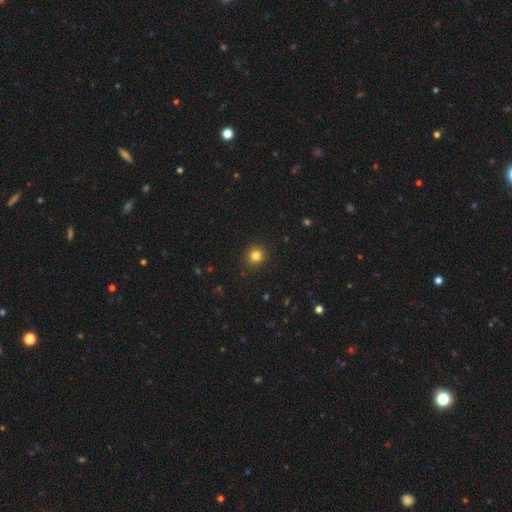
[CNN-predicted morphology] This appears to be a smooth galaxy with no disk features (82%) that is round (92%). Merging: none (92%).